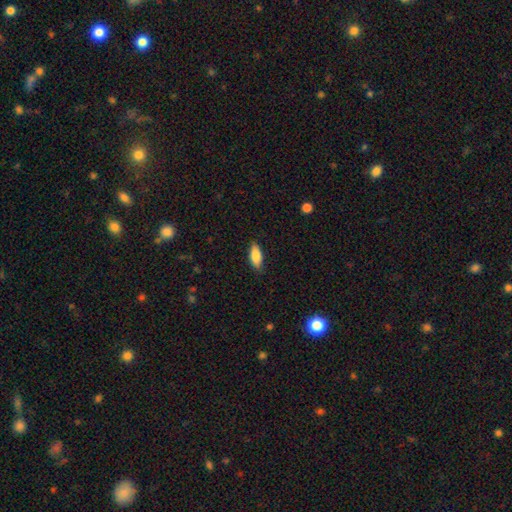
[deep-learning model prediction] Smooth or featured: smooth — 85% (featured or disk — 8%)
How rounded: in between — 79% (cigar-shaped — 19%)
Merging: none — 84% (minor disturbance — 12%)